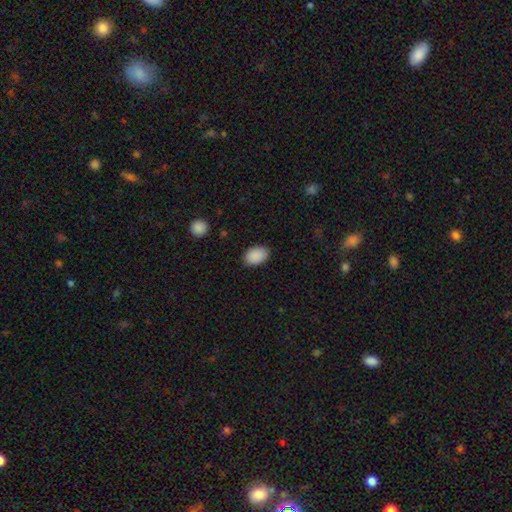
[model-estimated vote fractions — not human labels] Smooth or featured?
  - smooth: 90% *
  - star or artifact: 7%
  - featured or disk: 3%
How rounded?
  - in between: 87% *
  - round: 12%
  - cigar-shaped: 1%
Merging?
  - none: 86% *
  - minor disturbance: 11%
  - major disturbance: 2%
  - merger: 1%